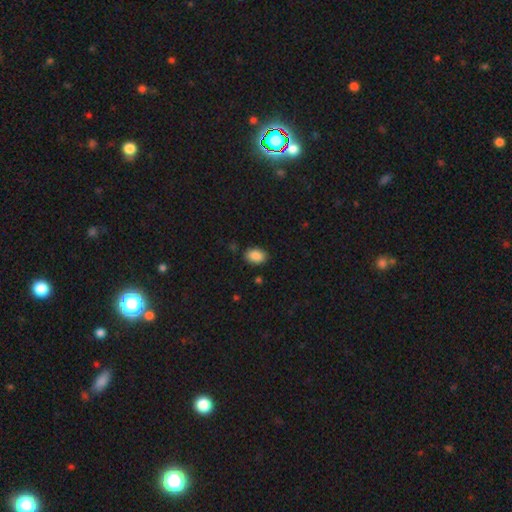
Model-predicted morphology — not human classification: Smooth or featured? Predicted: smooth (p=0.88). How rounded? Predicted: in between (p=0.82). Merging? Predicted: none (p=0.85).